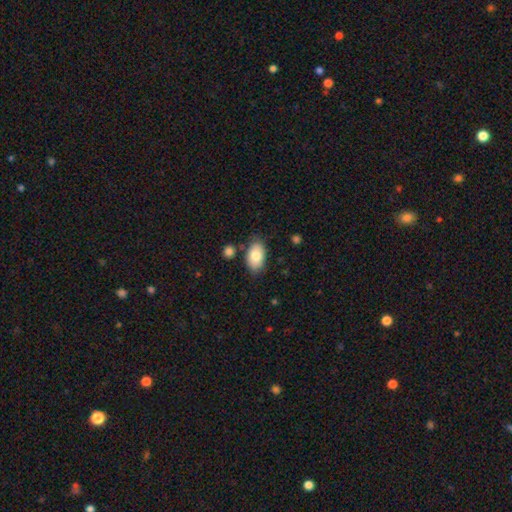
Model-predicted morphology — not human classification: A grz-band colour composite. It shows a smooth galaxy with no disk features (81%) that is in between round and cigar-shaped (93%). Merging: none (78%).